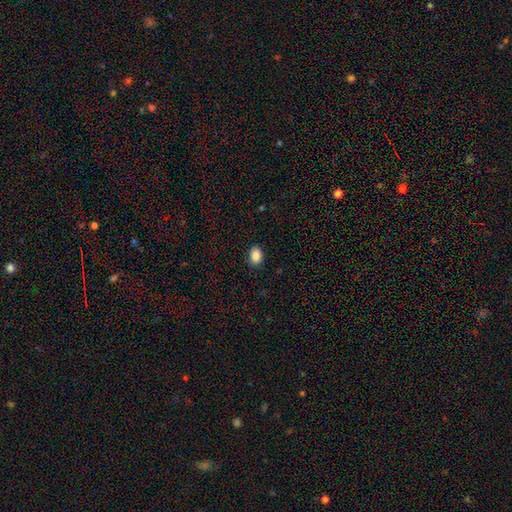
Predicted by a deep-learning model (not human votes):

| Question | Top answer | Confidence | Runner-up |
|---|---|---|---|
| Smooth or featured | smooth | 88% | star or artifact (8%) |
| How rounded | in between | 81% | round (18%) |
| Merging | none | 87% | minor disturbance (9%) |